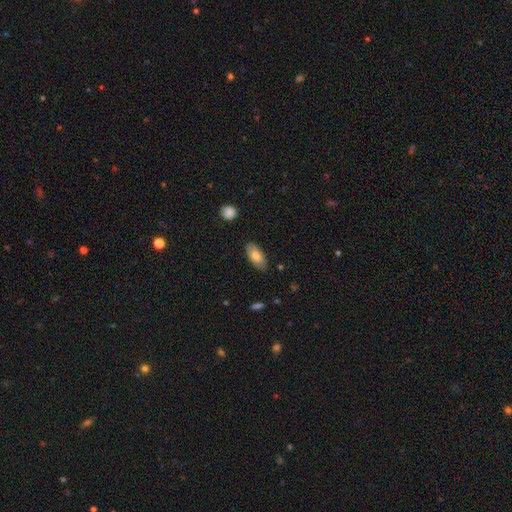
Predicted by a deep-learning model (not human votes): Morphology: type=smooth (77%); roundness=in between (88%); merging=none (86%).